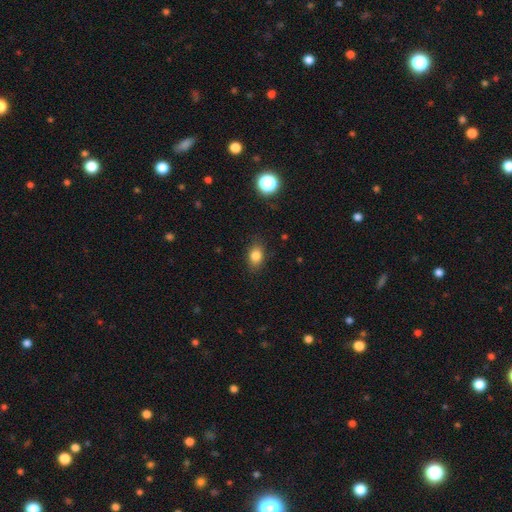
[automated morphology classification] This appears to be a smooth galaxy with no disk features (81%) that is in between round and cigar-shaped (74%). Merging: none (84%).